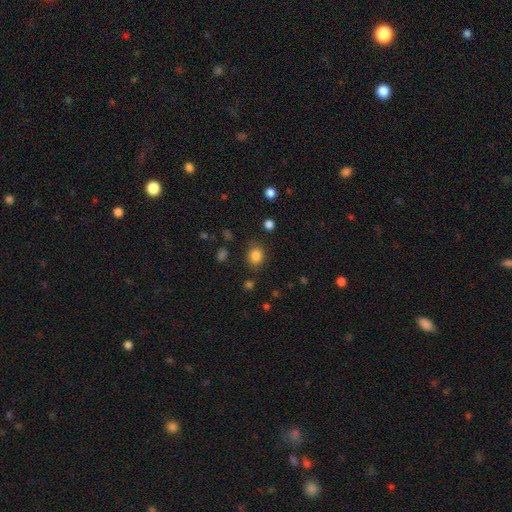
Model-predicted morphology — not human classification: smooth 84%, star or artifact 12%, featured or disk 5%. Down the decision tree: how rounded — round (67%); merging — none (81%).